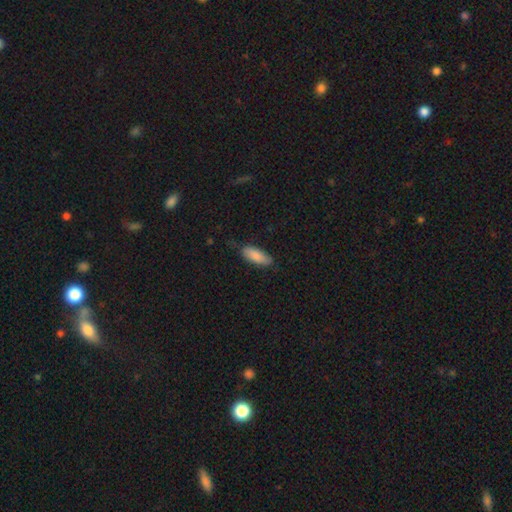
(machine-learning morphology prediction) smooth_or_featured: smooth (p=0.87) [alt: featured or disk p=0.07]
how_rounded: in between (p=0.75) [alt: cigar-shaped p=0.24]
merging: none (p=0.77) [alt: minor disturbance p=0.19]